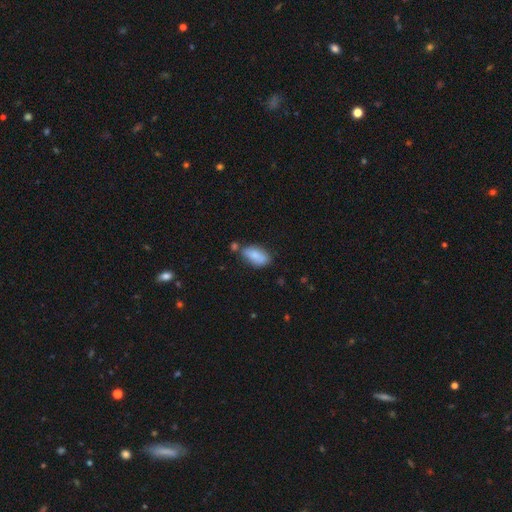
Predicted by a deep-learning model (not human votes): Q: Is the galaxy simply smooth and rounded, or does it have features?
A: smooth — 82%.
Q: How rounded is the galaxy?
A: in between — 88%.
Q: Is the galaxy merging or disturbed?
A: none — 60%.